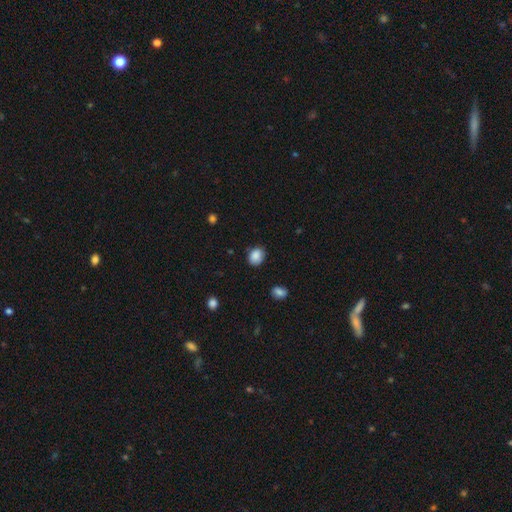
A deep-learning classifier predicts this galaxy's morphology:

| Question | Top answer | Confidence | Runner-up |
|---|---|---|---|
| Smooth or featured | smooth | 87% | star or artifact (9%) |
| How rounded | round | 52% | in between (47%) |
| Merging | none | 80% | minor disturbance (15%) |